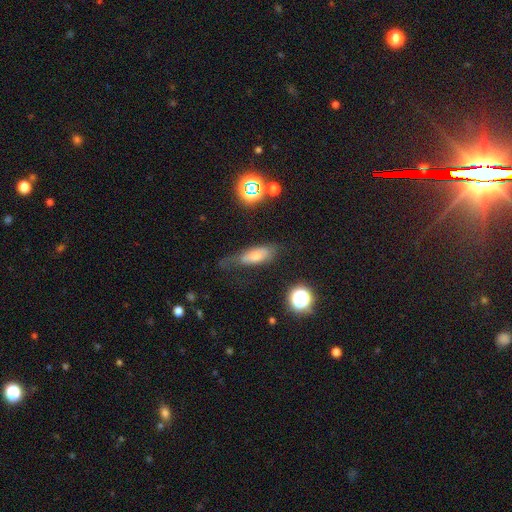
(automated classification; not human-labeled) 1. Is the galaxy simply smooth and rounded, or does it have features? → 56% smooth, 29% featured or disk, 15% star or artifact.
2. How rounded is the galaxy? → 62% in between, 32% cigar-shaped, 6% round.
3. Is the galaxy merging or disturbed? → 47% none, 31% minor disturbance, 18% major disturbance, 3% merger.